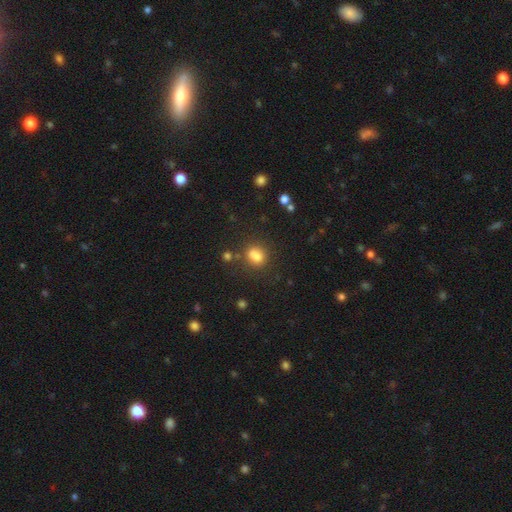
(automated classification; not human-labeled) Smooth or featured? Predicted: smooth (p=0.77). How rounded? Predicted: round (p=0.54). Merging? Predicted: none (p=0.57).